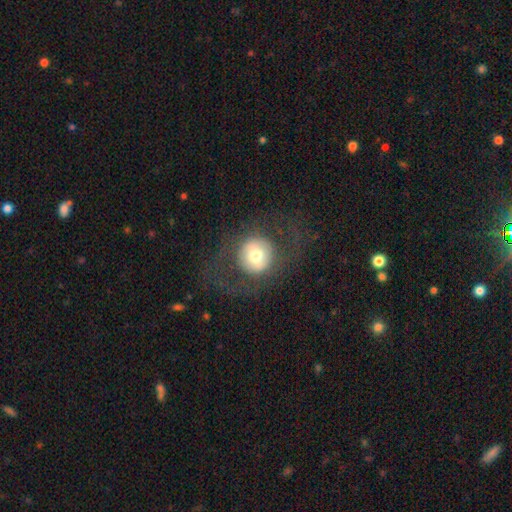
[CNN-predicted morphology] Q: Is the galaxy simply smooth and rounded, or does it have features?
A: smooth — 54%.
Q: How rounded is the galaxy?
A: round — 92%.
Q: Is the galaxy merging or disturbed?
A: none — 72%.